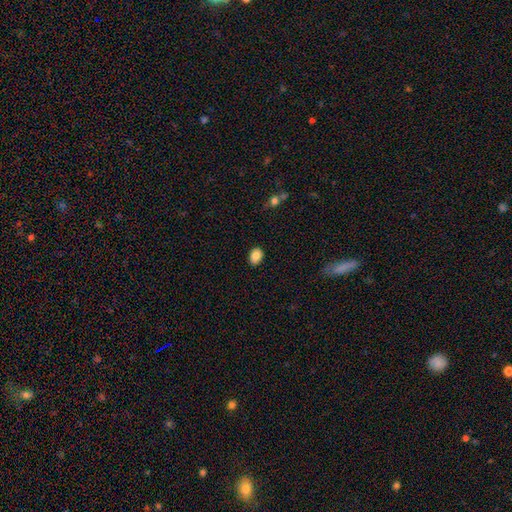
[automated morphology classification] Smooth or featured? smooth (84%)
How rounded? in between (72%)
Merging? none (88%)